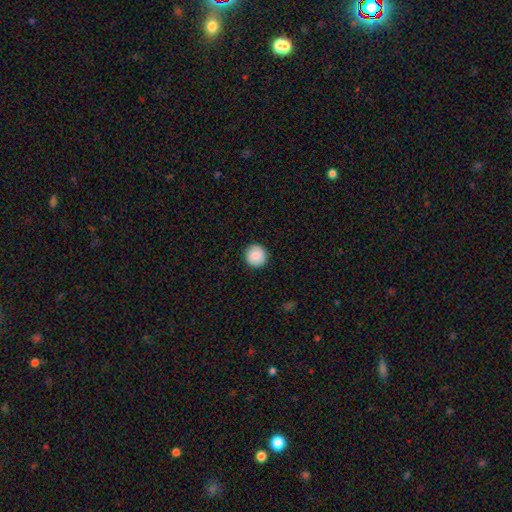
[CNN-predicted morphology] A smooth galaxy with no disk features (89%) that is round (95%). Merging: none (92%).